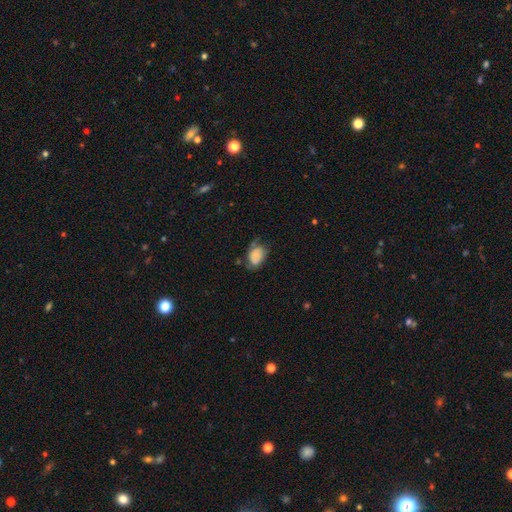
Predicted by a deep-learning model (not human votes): smooth-or-featured: smooth: 75% | featured or disk: 15% | star or artifact: 10%
  how-rounded: in between: 81% | round: 18% | cigar-shaped: 1%
  merging: none: 45% | minor disturbance: 35% | major disturbance: 16% | merger: 4%